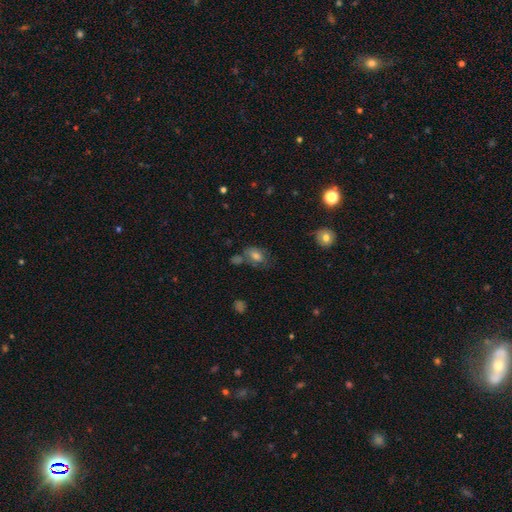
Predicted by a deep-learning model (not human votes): Overall: smooth (64%). How rounded: in between (78%). Merging: none (49%; minor disturbance 22%).